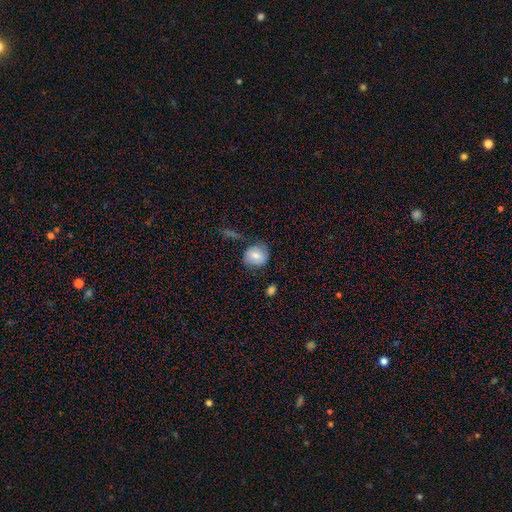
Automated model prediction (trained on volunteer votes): smooth 79%, featured or disk 13%, star or artifact 8%. Down the decision tree: how rounded — round (74%); merging — none (70%).